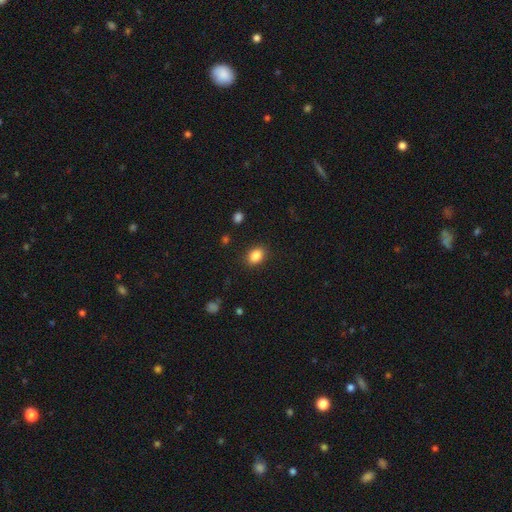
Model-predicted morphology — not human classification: type=smooth (86%); roundness=in between (72%); merging=none (87%).